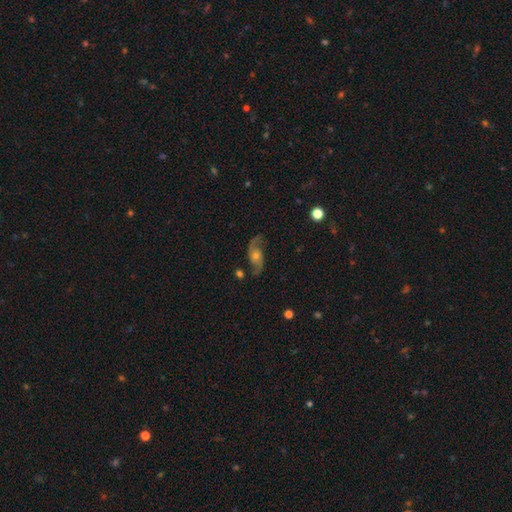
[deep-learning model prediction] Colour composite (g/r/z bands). It shows a featured or disk galaxy (85%) with no bar (69%), 2 (92%) loose (54%) spiral arms (96%) and a moderate central bulge (52%). Merging: none (77%).